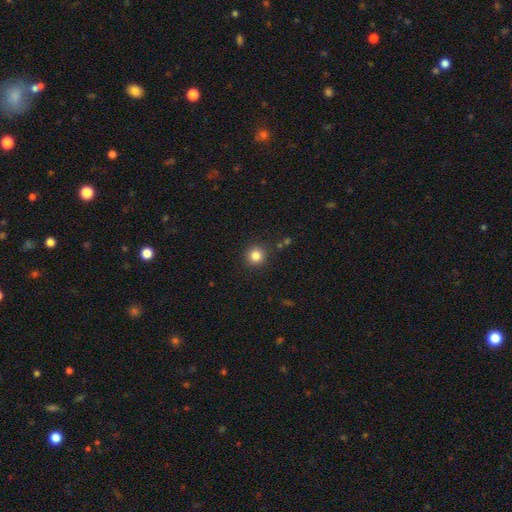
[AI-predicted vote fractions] This appears to be a smooth galaxy with no disk features (84%) that is round (94%). Merging: none (89%).